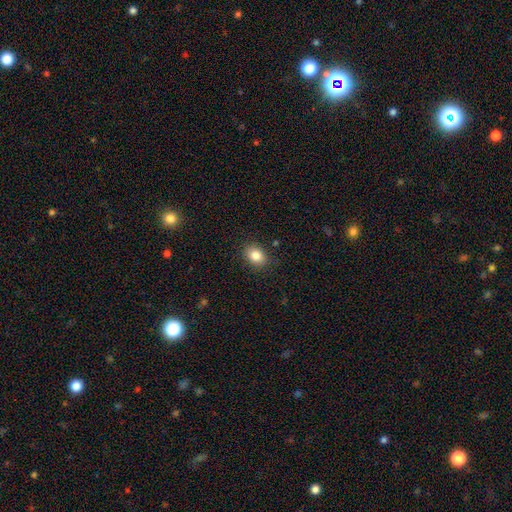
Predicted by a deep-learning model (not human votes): Morphology: type=smooth (84%); roundness=in between (59%); merging=none (85%).